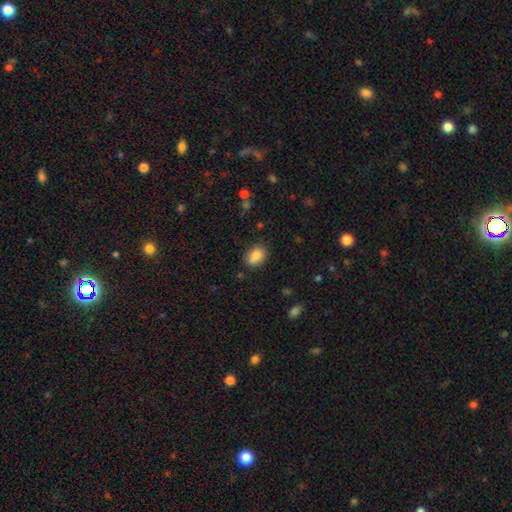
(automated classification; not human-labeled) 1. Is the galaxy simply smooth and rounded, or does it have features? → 86% smooth, 8% star or artifact, 5% featured or disk.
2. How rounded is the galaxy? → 80% in between, 18% round, 2% cigar-shaped.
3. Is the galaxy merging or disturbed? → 77% none, 16% minor disturbance, 4% major disturbance, 3% merger.